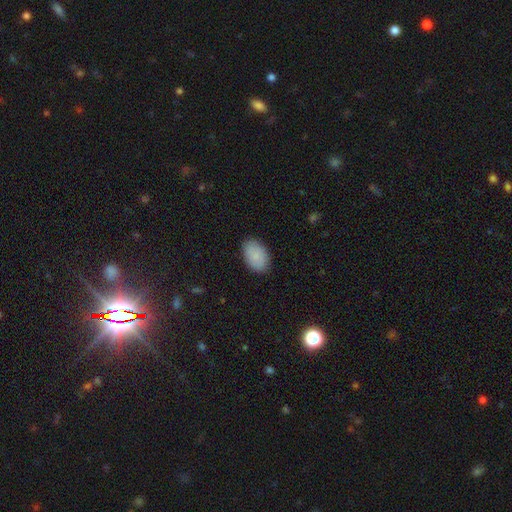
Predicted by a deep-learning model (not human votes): Morphology: type=smooth (86%); roundness=in between (91%); merging=none (86%).